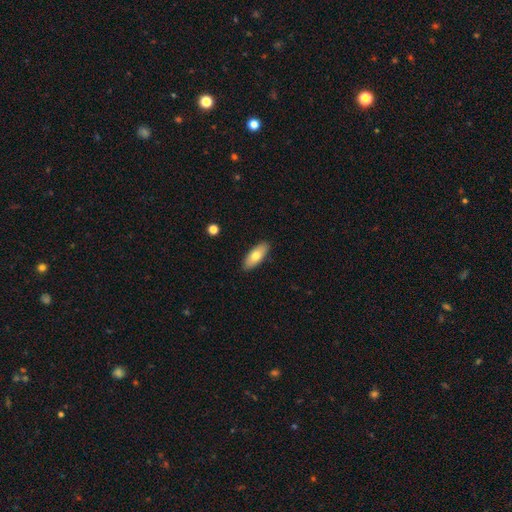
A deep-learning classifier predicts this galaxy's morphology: smooth 73%, featured or disk 21%, star or artifact 6%. Down the decision tree: how rounded — in between (78%); merging — none (89%).